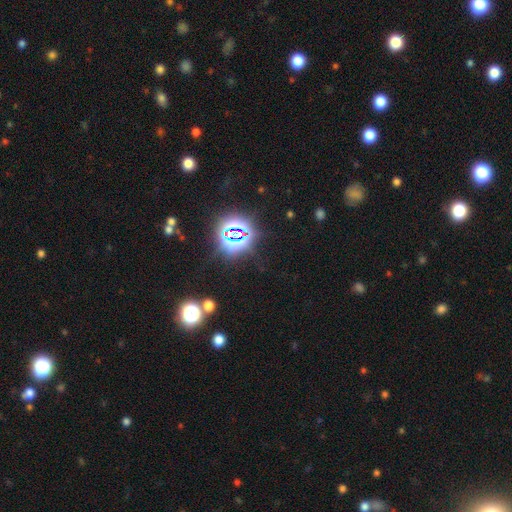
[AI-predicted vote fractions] Smooth or featured? Predicted: star or artifact (p=0.77).